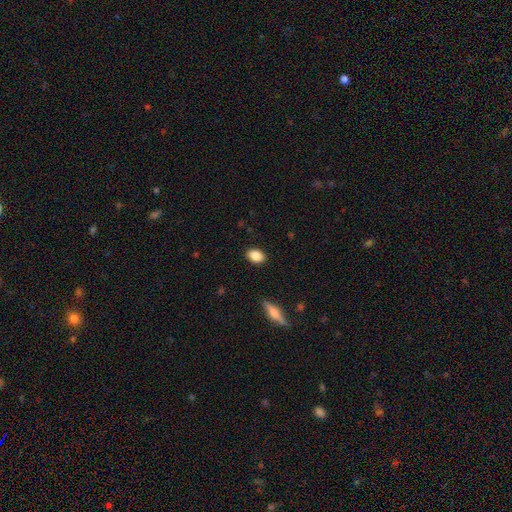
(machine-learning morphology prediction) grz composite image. It shows a smooth galaxy with no disk features (85%) that is in between round and cigar-shaped (82%). Merging: none (88%).